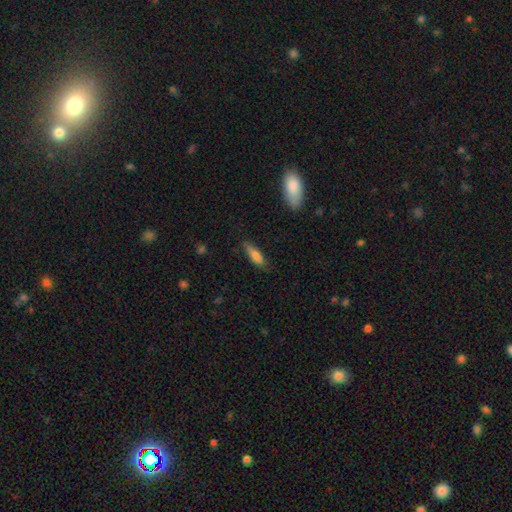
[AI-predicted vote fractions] Smooth or featured: smooth — 78% (featured or disk — 16%)
How rounded: cigar-shaped — 56% (in between — 42%)
Merging: none — 77% (minor disturbance — 18%)